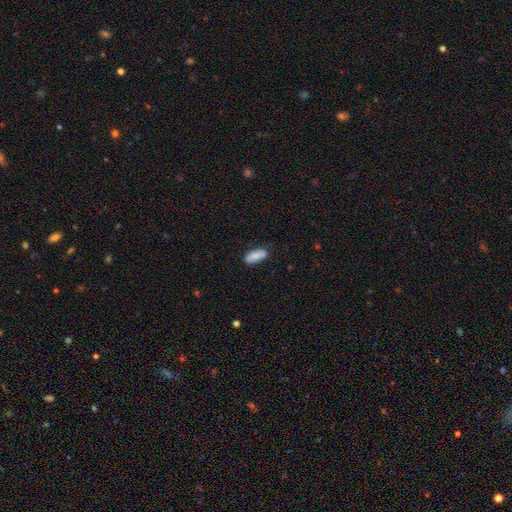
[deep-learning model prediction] Morphology: type=smooth (84%); roundness=in between (75%); merging=none (78%).